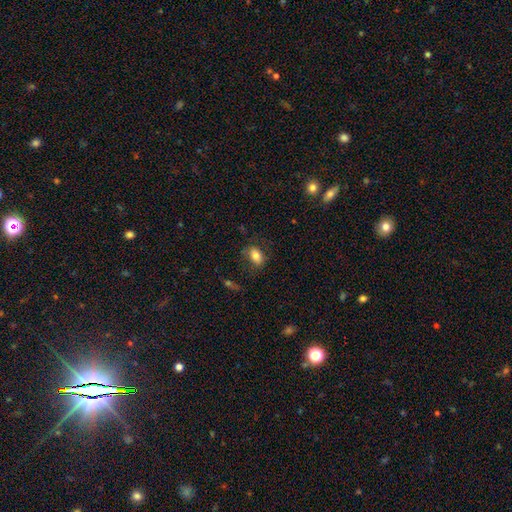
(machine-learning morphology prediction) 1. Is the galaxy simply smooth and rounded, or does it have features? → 78% smooth, 13% featured or disk, 8% star or artifact.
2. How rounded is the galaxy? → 86% in between, 12% round, 2% cigar-shaped.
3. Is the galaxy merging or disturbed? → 71% none, 18% minor disturbance, 9% major disturbance, 2% merger.